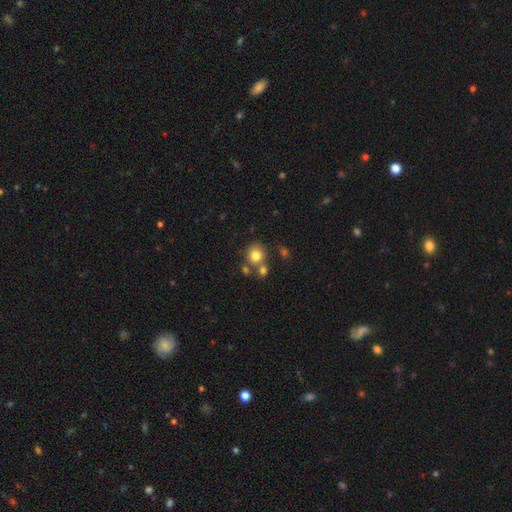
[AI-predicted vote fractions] smooth_or_featured: smooth (p=0.79) [alt: star or artifact p=0.11]
how_rounded: round (p=0.82) [alt: in between p=0.17]
merging: none (p=0.61) [alt: merger p=0.24]